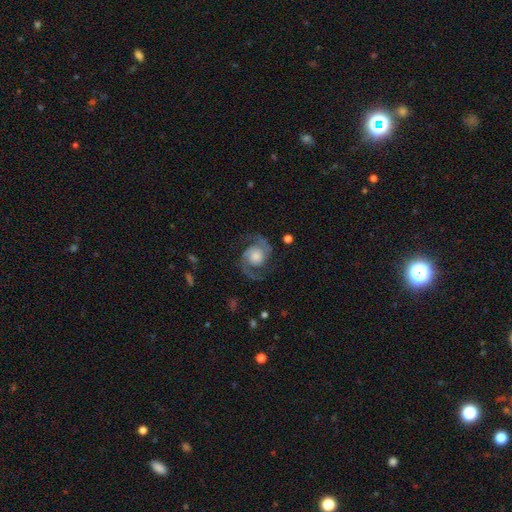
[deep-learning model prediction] Smooth or featured: featured or disk — 90% (smooth — 5%)
Edge-on disk: no — 98% (yes — 2%)
Bar: no — 72% (weak — 23%)
Spiral arms: yes — 98% (no — 2%)
Spiral winding: medium — 59% (tight — 22%)
Spiral arm count: 2 — 94% (can't tell — 1%)
Bulge size: moderate — 36% (large — 34%)
Merging: none — 80% (minor disturbance — 12%)